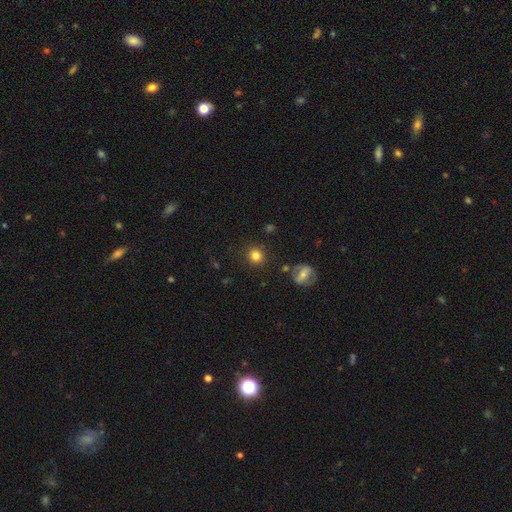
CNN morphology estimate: smooth-or-featured: smooth: 80% | star or artifact: 13% | featured or disk: 7%
  how-rounded: round: 90% | in between: 9% | cigar-shaped: 1%
  merging: none: 86% | minor disturbance: 8% | merger: 3% | major disturbance: 3%